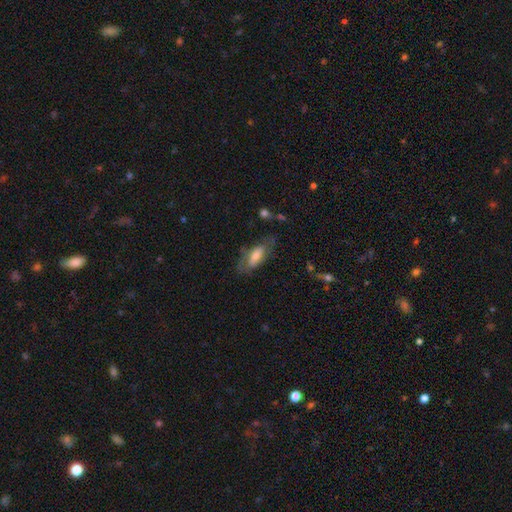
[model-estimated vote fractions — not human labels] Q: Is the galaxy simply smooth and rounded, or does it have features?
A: smooth — 49%.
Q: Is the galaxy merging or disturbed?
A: none — 64%.